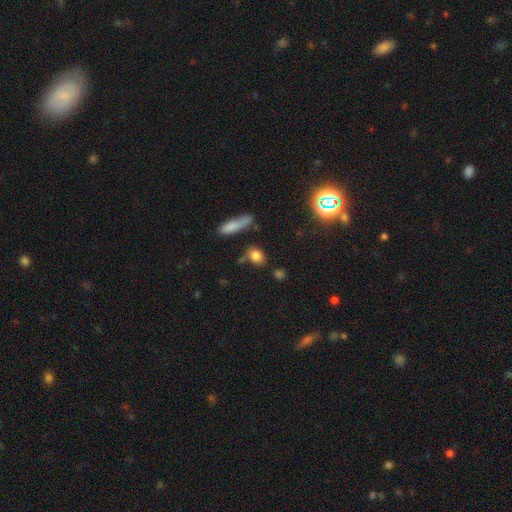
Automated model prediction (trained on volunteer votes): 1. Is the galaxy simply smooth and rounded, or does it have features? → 80% smooth, 12% star or artifact, 8% featured or disk.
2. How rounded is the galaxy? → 52% in between, 41% round, 8% cigar-shaped.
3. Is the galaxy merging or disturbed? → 68% none, 16% minor disturbance, 10% merger, 6% major disturbance.